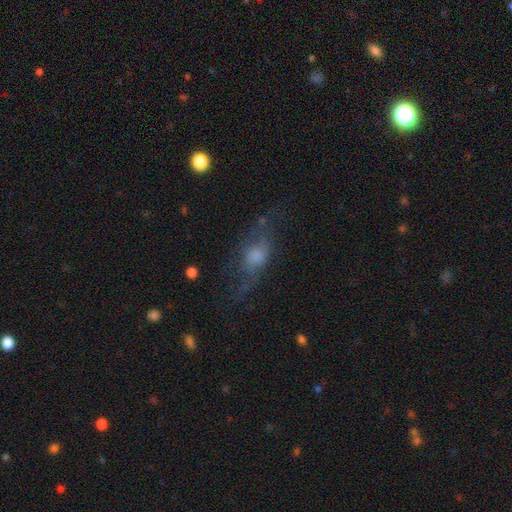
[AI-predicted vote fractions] Overall: smooth (47%; featured or disk 41%). Merging: none (47%; major disturbance 28%).